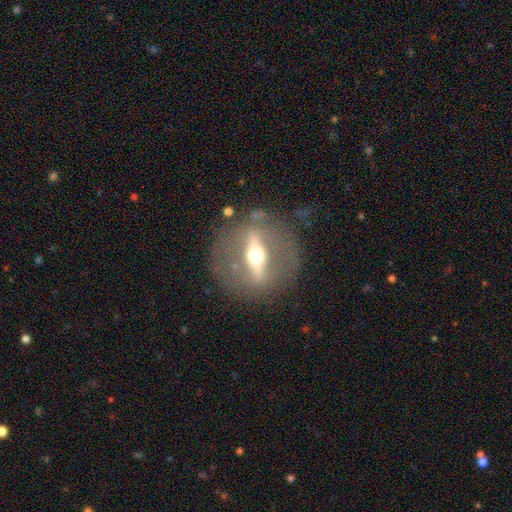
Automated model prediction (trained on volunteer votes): Smooth or featured? Predicted: featured or disk (p=0.80). Edge-on disk? Predicted: yes (p=0.55). Merging? Predicted: none (p=0.79).